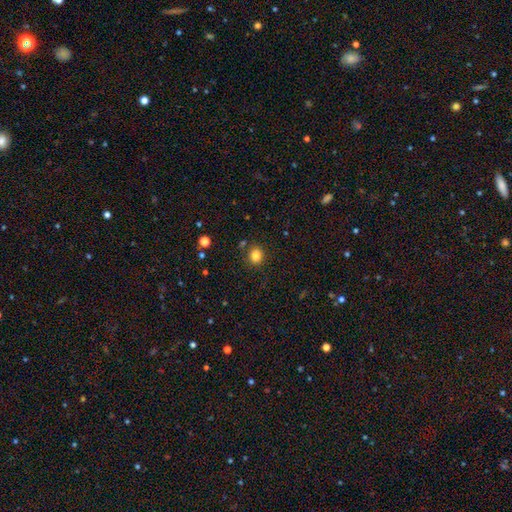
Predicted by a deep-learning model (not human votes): Smooth or featured: smooth — 82% (star or artifact — 12%)
How rounded: round — 75% (in between — 25%)
Merging: none — 85% (minor disturbance — 9%)